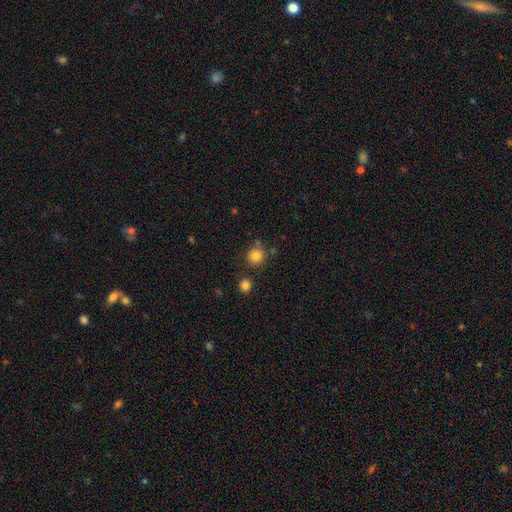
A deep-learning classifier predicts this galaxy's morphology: Smooth or featured: smooth — 83% (star or artifact — 12%)
How rounded: round — 91% (in between — 8%)
Merging: none — 79% (minor disturbance — 10%)